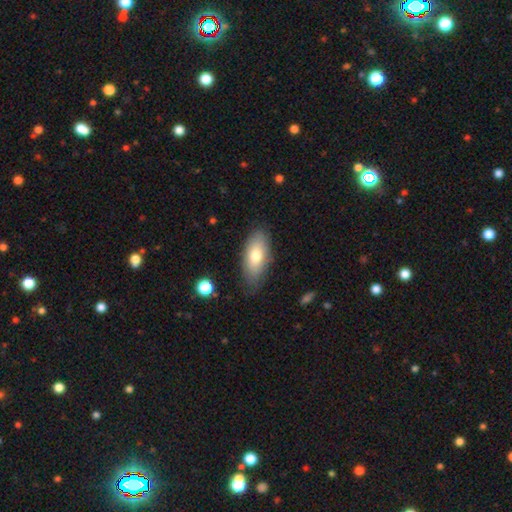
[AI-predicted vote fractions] The model was most divided on "smooth or featured": smooth: 73%, featured or disk: 21%, star or artifact: 6%. More confident: how rounded — in between (86%); merging — none (75%).